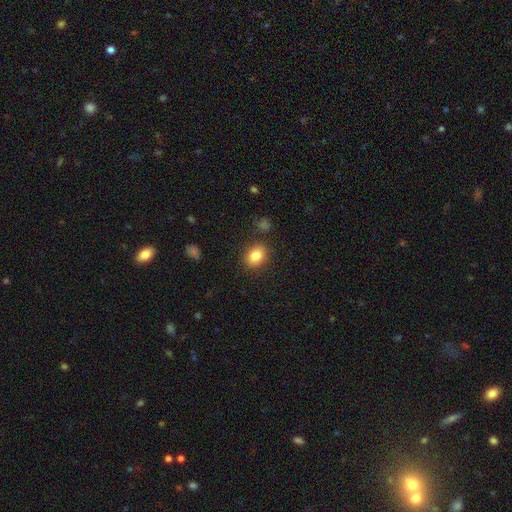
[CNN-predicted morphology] Smooth or featured? Predicted: smooth (p=0.83). How rounded? Predicted: in between (p=0.62). Merging? Predicted: none (p=0.85).